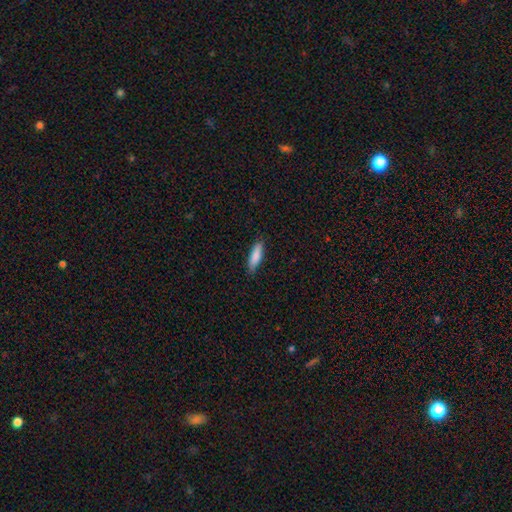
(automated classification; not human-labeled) This appears to be a smooth galaxy with no disk features (86%) that is cigar-shaped (57%). Merging: none (84%).